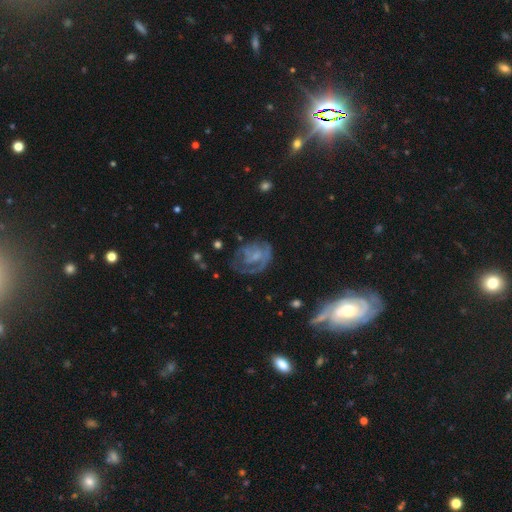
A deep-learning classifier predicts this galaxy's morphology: A featured or disk galaxy (68%) with no bar (62%), spiral arms (71%) and a small central bulge (46%). Merging: none (48%).